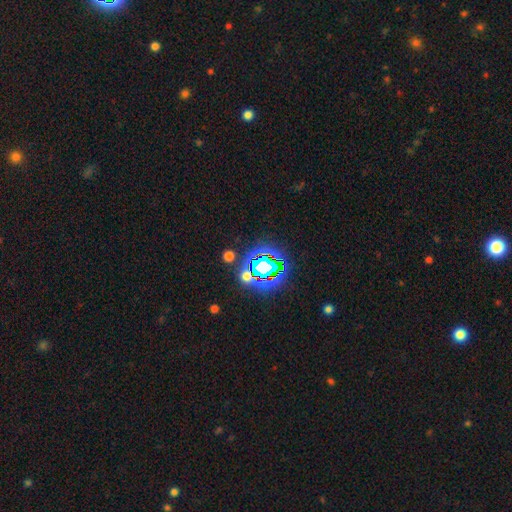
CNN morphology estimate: A star or artifact, not a galaxy (79%).

Vote fractions:
- Smooth or featured? star or artifact: 79% / smooth: 13% / featured or disk: 9%